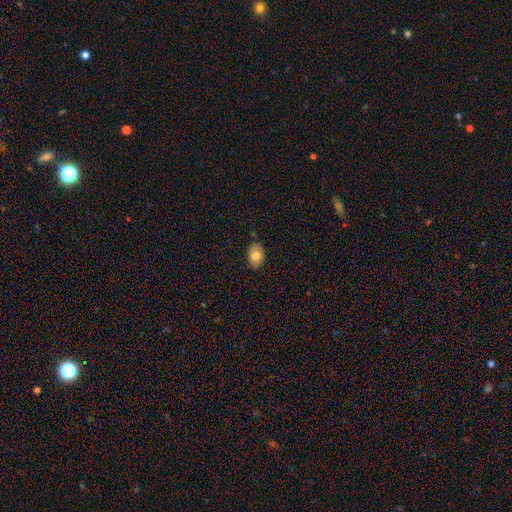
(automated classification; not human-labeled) Overall: smooth (79%). How rounded: in between (66%; round 33%). Merging: none (83%).